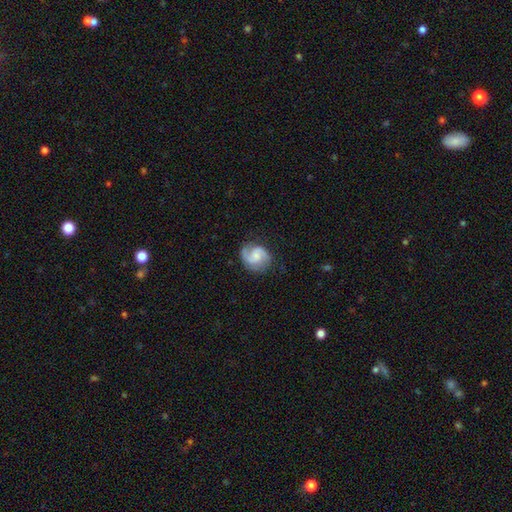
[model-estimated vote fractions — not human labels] Smooth or featured? Predicted: featured or disk (p=0.75). Edge-on disk? Predicted: no (p=0.98). Bar? Predicted: no (p=0.48). Spiral arms? Predicted: yes (p=0.96). Spiral winding? Predicted: medium (p=0.50). Spiral arm count? Predicted: 2 (p=0.81). Bulge size? Predicted: small (p=0.35). Merging? Predicted: none (p=0.73).